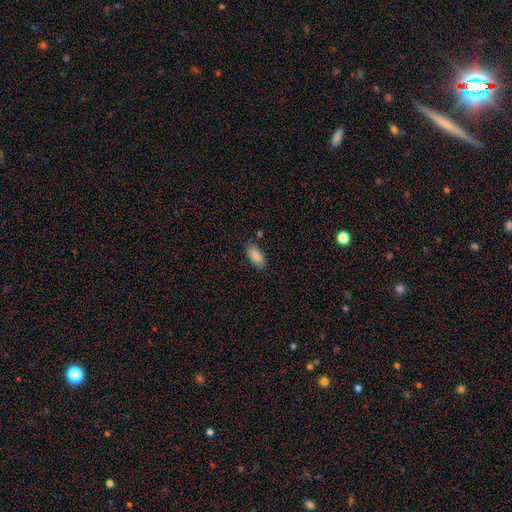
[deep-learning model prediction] The model was most divided on "merging": none: 83%, minor disturbance: 12%, major disturbance: 3%, merger: 3%. More confident: how rounded — in between (91%); smooth or featured — smooth (88%).